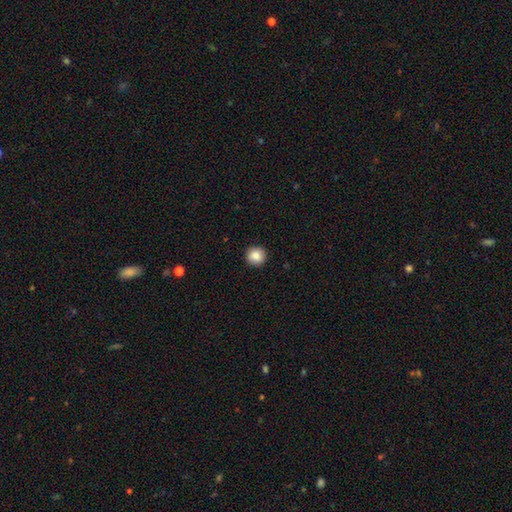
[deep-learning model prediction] Morphology: type=smooth (87%); roundness=round (94%); merging=none (92%).